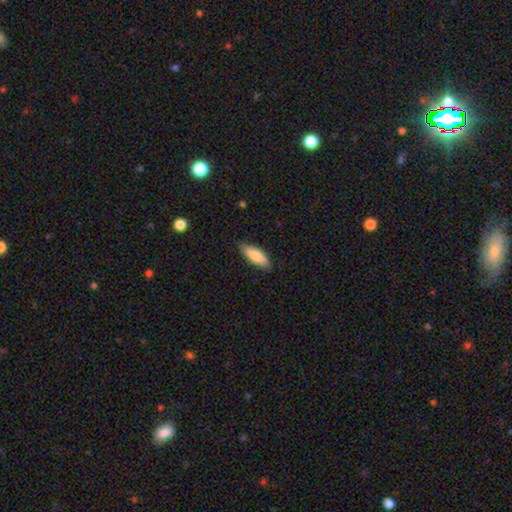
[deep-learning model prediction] The model was most divided on "how rounded": in between: 67%, cigar-shaped: 32%, round: 2%. More confident: merging — none (83%); smooth or featured — smooth (83%).